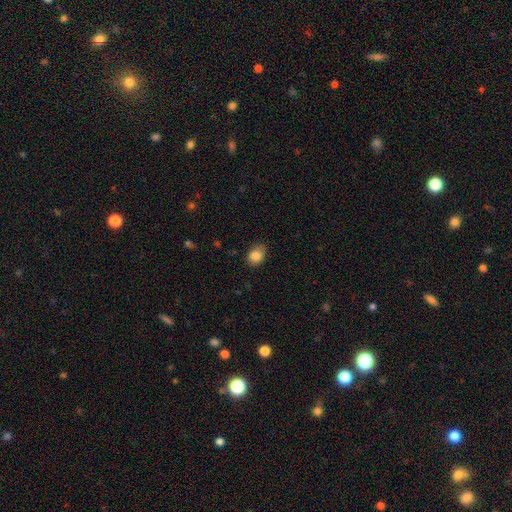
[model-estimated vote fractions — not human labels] Morphology: type=smooth (84%); roundness=in between (67%); merging=none (73%).